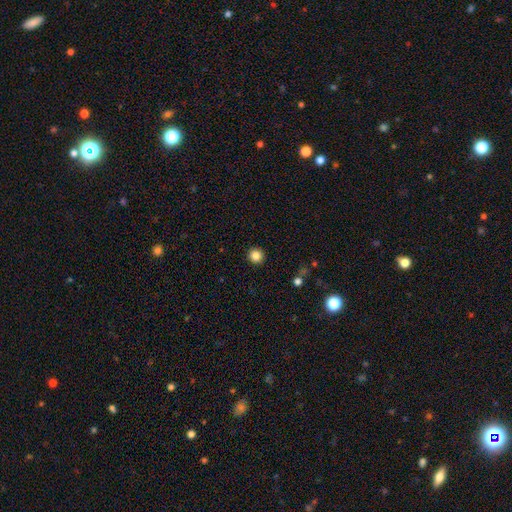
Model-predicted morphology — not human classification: smooth 84%, star or artifact 11%, featured or disk 4%. Down the decision tree: how rounded — round (96%); merging — none (93%).